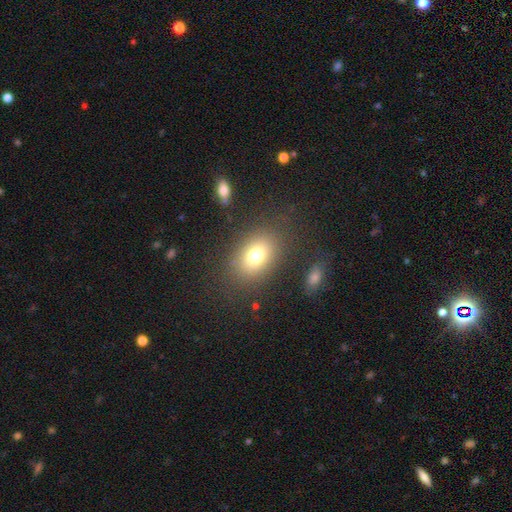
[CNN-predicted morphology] Smooth or featured: smooth — 74% (featured or disk — 13%)
How rounded: in between — 71% (round — 28%)
Merging: none — 82% (minor disturbance — 10%)